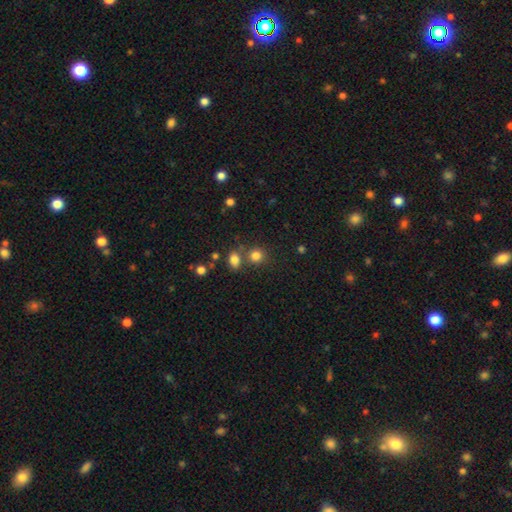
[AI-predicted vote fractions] This is clearly a smooth galaxy (80%). How rounded: likely round (79%). Merging: likely none (64%).